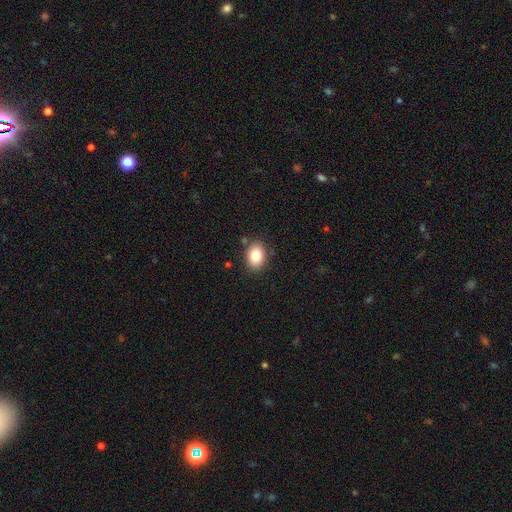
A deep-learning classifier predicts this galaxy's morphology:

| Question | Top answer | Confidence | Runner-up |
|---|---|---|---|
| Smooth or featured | smooth | 82% | star or artifact (9%) |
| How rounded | in between | 67% | round (32%) |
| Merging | none | 84% | minor disturbance (11%) |